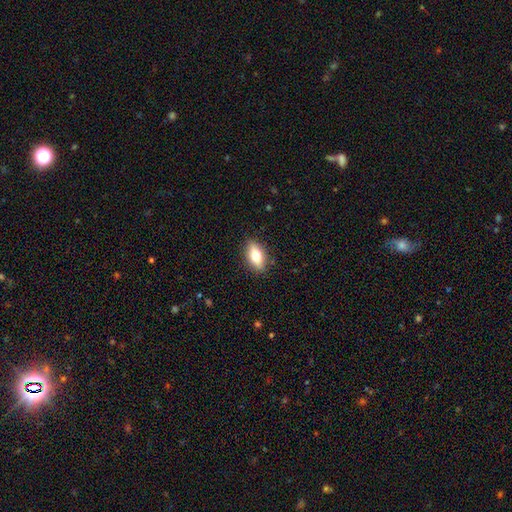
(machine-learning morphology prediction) A smooth galaxy with no disk features (69%) that is in between round and cigar-shaped (82%).

Vote fractions:
- Smooth or featured? smooth: 69% / featured or disk: 23% / star or artifact: 7%
- How rounded? in between: 82% / cigar-shaped: 13% / round: 5%
- Merging? none: 86% / minor disturbance: 10% / major disturbance: 2% / merger: 1%